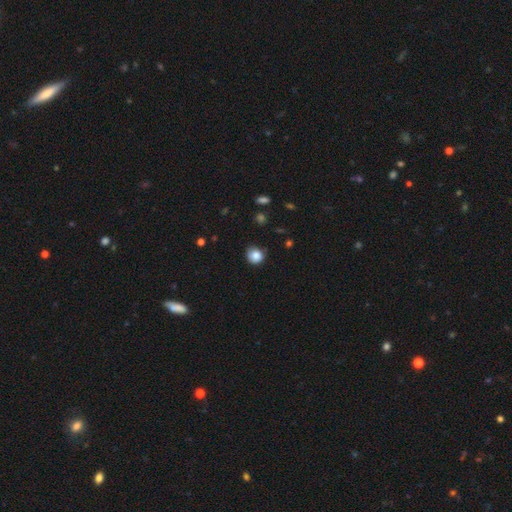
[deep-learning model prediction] Morphology: type=smooth (85%); roundness=round (85%); merging=none (73%).